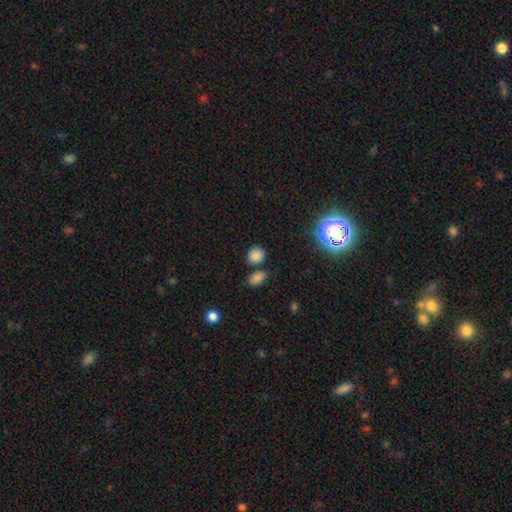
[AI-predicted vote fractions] Smooth or featured? smooth (81%)
How rounded? round (72%)
Merging? none (71%)